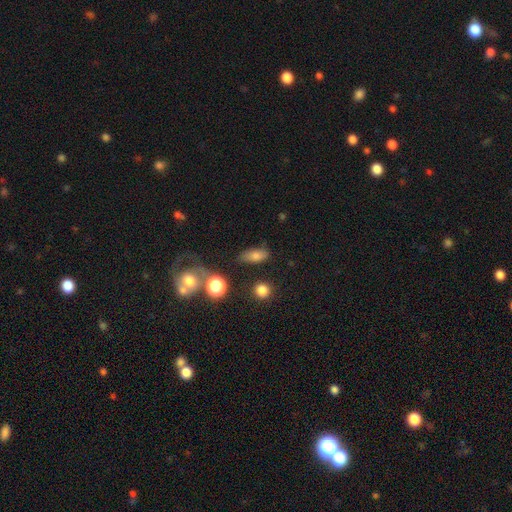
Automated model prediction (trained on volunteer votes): This is likely a smooth galaxy (68%). How rounded: likely in between (70%). Merging: likely none (70%).